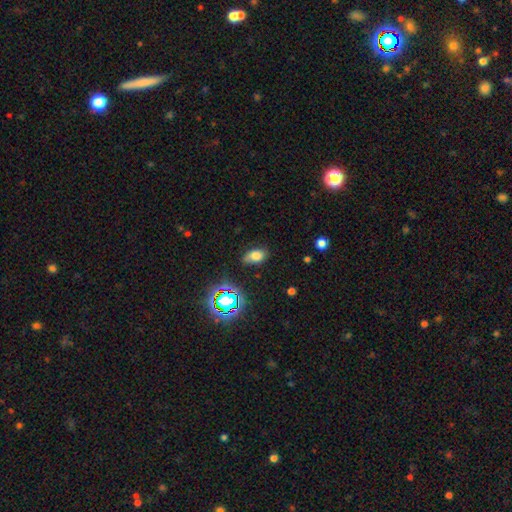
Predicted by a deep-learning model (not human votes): Smooth or featured?
  - smooth: 72% *
  - star or artifact: 17%
  - featured or disk: 10%
How rounded?
  - in between: 88% *
  - round: 10%
  - cigar-shaped: 3%
Merging?
  - none: 72% *
  - minor disturbance: 20%
  - major disturbance: 5%
  - merger: 2%